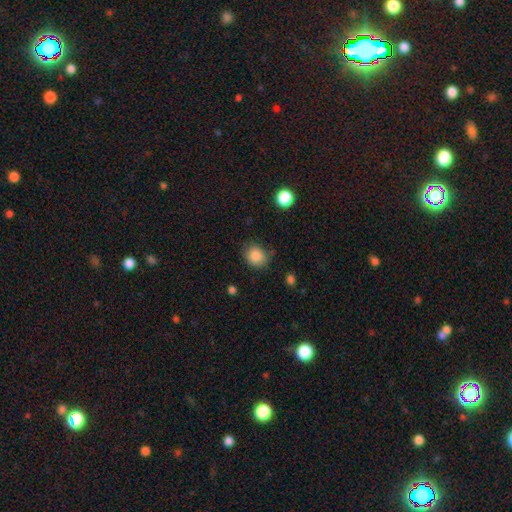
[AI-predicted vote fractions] Morphology: type=smooth (86%); roundness=round (72%); merging=none (78%).